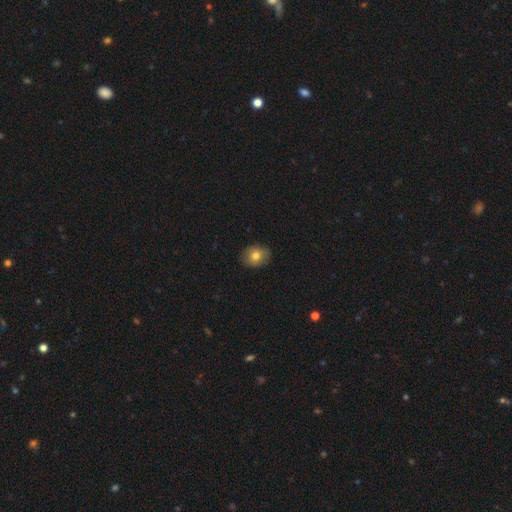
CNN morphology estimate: Smooth or featured? Predicted: smooth (p=0.77). How rounded? Predicted: round (p=0.54). Merging? Predicted: none (p=0.85).